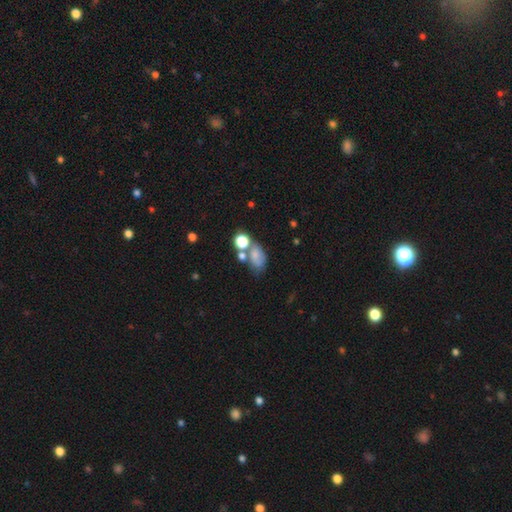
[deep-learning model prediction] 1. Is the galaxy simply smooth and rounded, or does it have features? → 67% smooth, 18% featured or disk, 15% star or artifact.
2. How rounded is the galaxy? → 77% in between, 21% round, 2% cigar-shaped.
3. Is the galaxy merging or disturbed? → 37% none, 33% merger, 18% minor disturbance, 12% major disturbance.